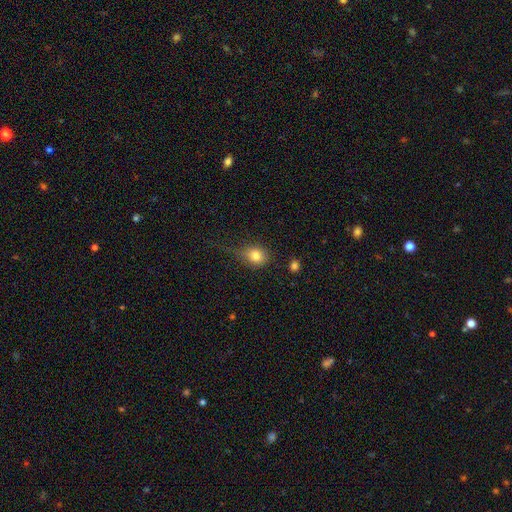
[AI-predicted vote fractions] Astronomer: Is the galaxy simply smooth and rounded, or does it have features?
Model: smooth — 79%.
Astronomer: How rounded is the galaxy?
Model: round — 64%.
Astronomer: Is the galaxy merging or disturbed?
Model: none — 54%.